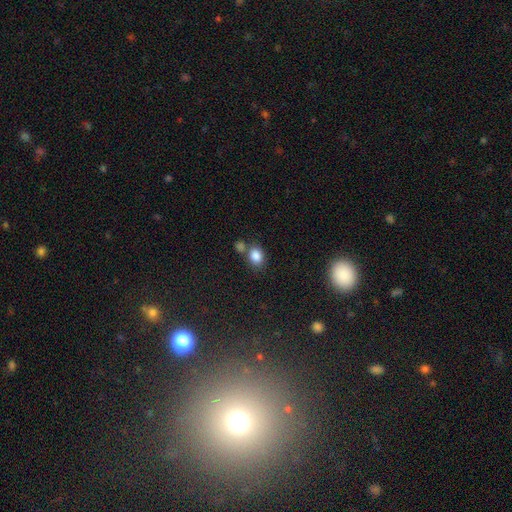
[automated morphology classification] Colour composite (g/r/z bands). It shows a smooth galaxy with no disk features (84%) that is in between round and cigar-shaped (57%). Merging: none (54%).